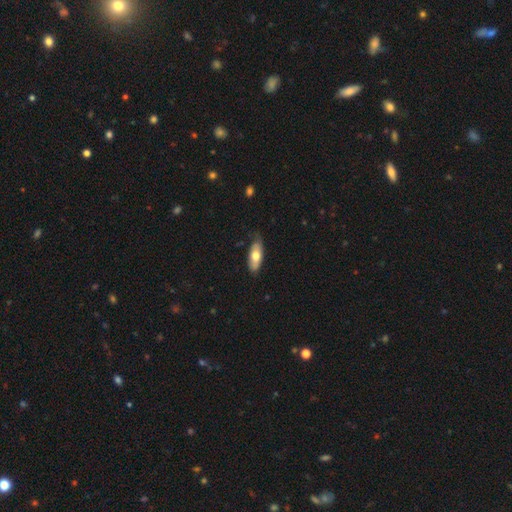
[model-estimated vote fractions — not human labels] Smooth or featured: smooth — 66% (featured or disk — 29%)
How rounded: in between — 75% (cigar-shaped — 22%)
Merging: none — 69% (minor disturbance — 25%)